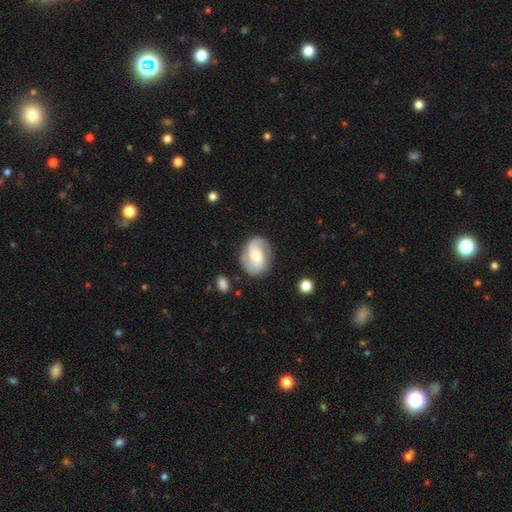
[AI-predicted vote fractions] A featured or disk galaxy (72%) with no bar (43%), 2 (87%) medium (45%) spiral arms (93%) and a moderate central bulge (55%). Merging: none (80%).